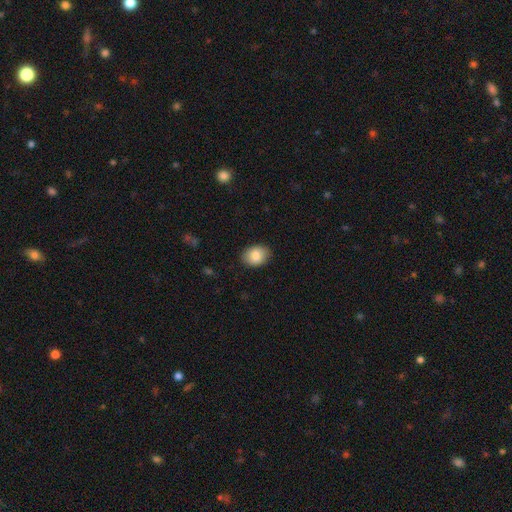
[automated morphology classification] A smooth galaxy with no disk features (87%) that is in between round and cigar-shaped (73%). Merging: none (87%).